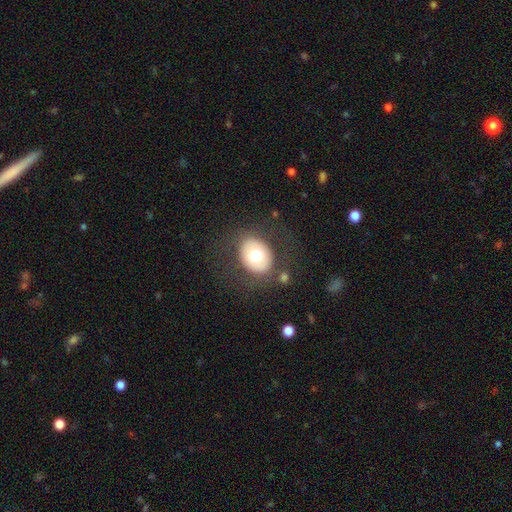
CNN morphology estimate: Smooth or featured: smooth — 66% (featured or disk — 26%)
How rounded: in between — 52% (round — 47%)
Merging: none — 79% (minor disturbance — 11%)